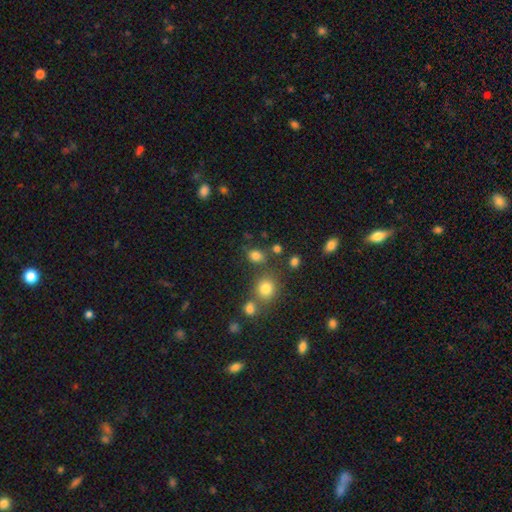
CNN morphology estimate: Smooth or featured? smooth (78%)
How rounded? in between (51%)
Merging? none (70%)